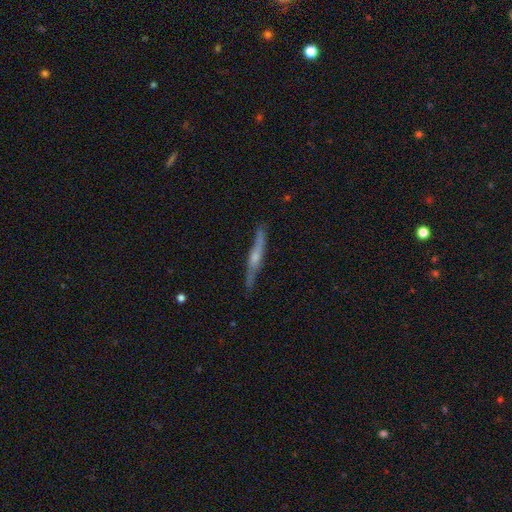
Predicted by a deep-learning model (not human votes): The model was most divided on "smooth or featured": featured or disk: 69%, smooth: 25%, star or artifact: 6%. More confident: edge-on disk — yes (92%); merging — none (81%); edge-on bulge — rounded (73%).